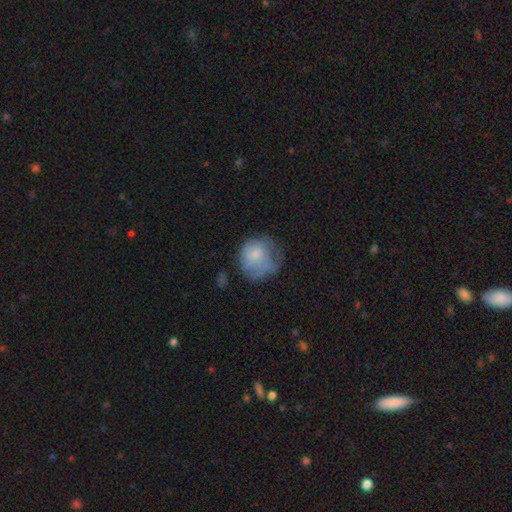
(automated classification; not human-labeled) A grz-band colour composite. It shows a smooth galaxy with no disk features (63%) that is round (78%). Merging: none (41%).